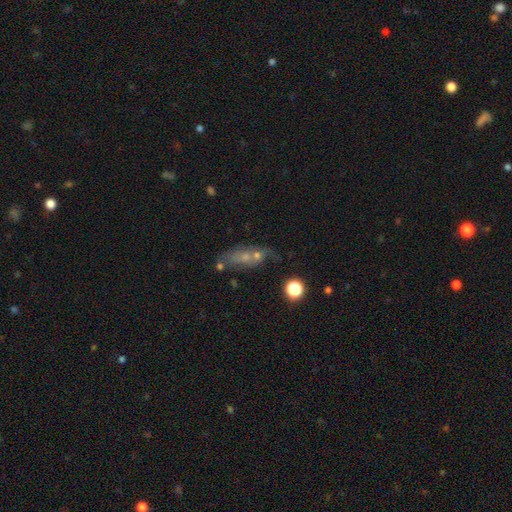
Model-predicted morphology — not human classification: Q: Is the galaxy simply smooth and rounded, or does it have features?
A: smooth — 42%.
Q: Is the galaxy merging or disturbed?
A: none — 49%.